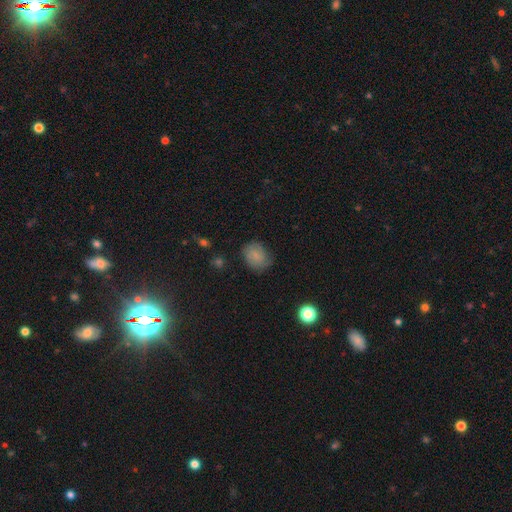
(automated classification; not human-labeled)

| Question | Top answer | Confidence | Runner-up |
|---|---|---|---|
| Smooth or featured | smooth | 71% | featured or disk (19%) |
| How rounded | in between | 50% | round (49%) |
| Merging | none | 68% | minor disturbance (24%) |